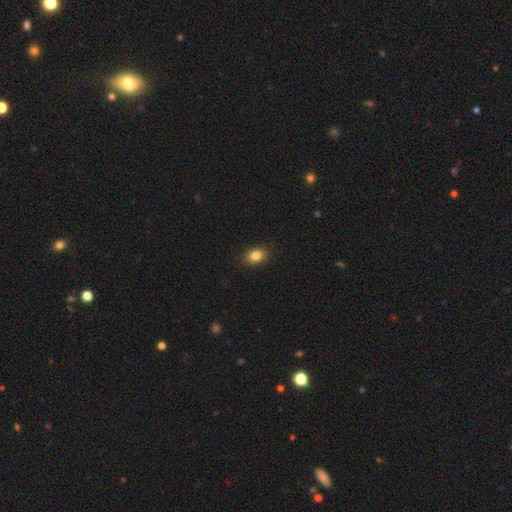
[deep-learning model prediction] A smooth galaxy with no disk features (83%) that is in between round and cigar-shaped (73%). Merging: none (87%).